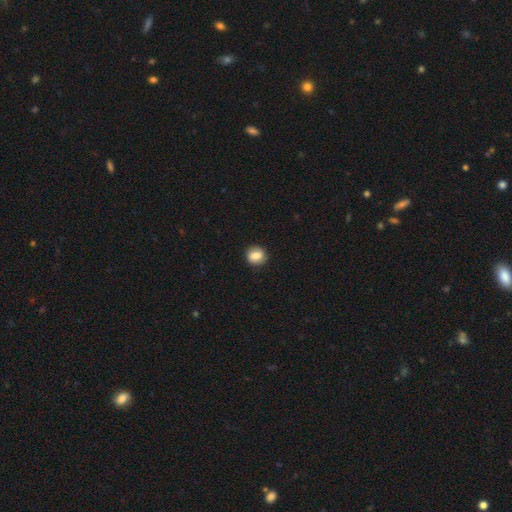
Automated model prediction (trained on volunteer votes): The model was most divided on "how rounded": round: 79%, in between: 20%, cigar-shaped: 1%. More confident: merging — none (88%); smooth or featured — smooth (80%).